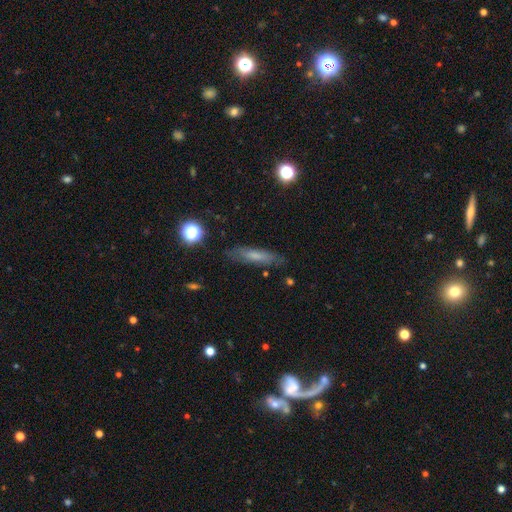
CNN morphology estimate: Smooth or featured: smooth — 63% (featured or disk — 27%)
How rounded: cigar-shaped — 77% (in between — 21%)
Merging: none — 81% (minor disturbance — 13%)